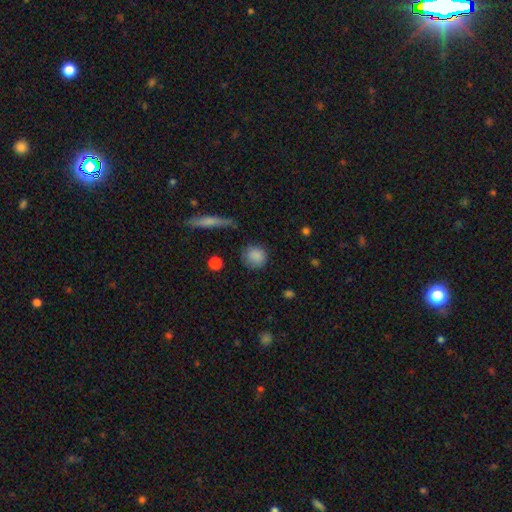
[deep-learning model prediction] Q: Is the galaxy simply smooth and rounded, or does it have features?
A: smooth — 86%.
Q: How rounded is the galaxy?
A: round — 88%.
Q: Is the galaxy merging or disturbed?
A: none — 79%.